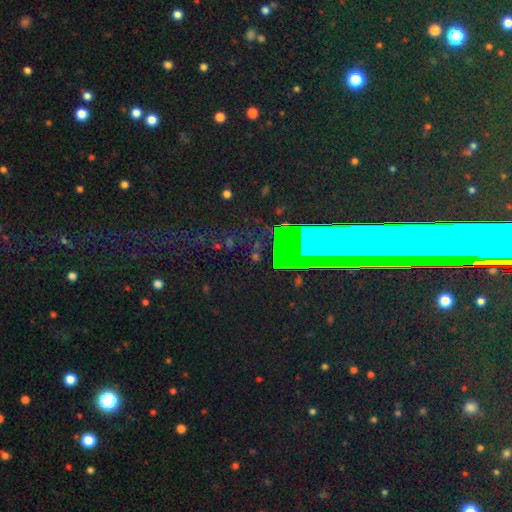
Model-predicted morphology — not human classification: Smooth or featured?
  - star or artifact: 69% *
  - smooth: 16%
  - featured or disk: 15%